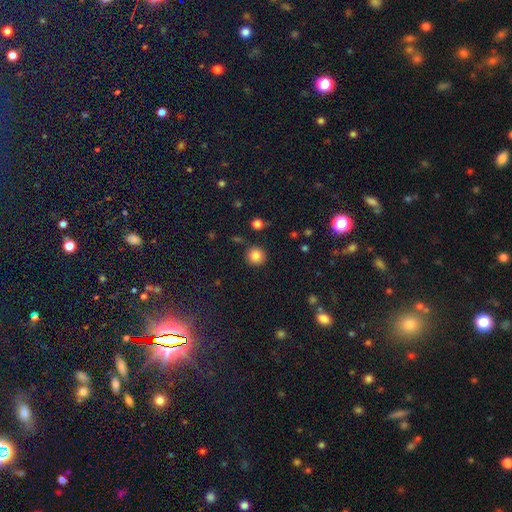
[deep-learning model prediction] Q: Smooth or featured?
A: smooth (85%); runner-up: star or artifact (10%)
Q: How rounded?
A: round (94%); runner-up: in between (5%)
Q: Merging?
A: none (88%); runner-up: minor disturbance (7%)